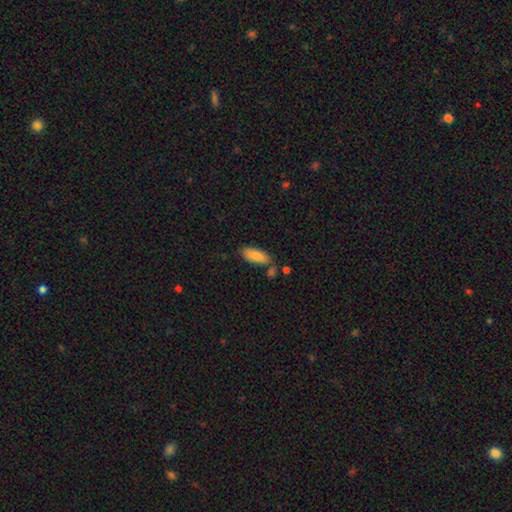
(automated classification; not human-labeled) Morphology: type=smooth (86%); roundness=in between (79%); merging=none (71%).